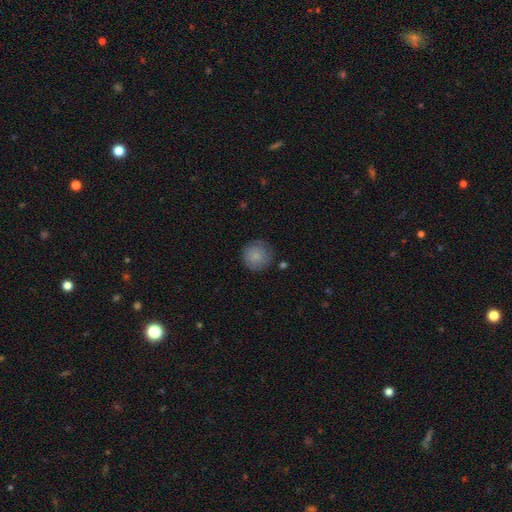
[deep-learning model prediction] The model was most divided on "merging": none: 78%, minor disturbance: 15%, major disturbance: 4%, merger: 2%. More confident: how rounded — round (94%); smooth or featured — smooth (83%).